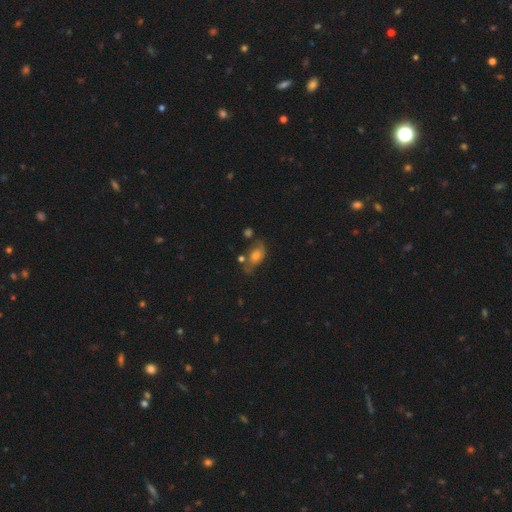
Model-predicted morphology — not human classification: Smooth or featured? smooth (47%)
Merging? none (54%)